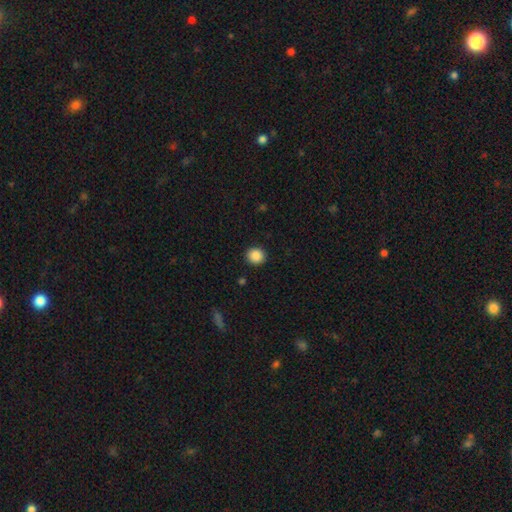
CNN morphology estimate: A smooth galaxy with no disk features (88%) that is round (89%). Merging: none (91%).